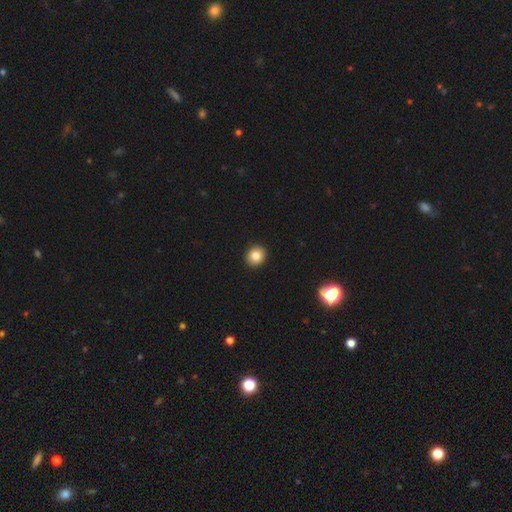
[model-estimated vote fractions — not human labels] Smooth or featured?
  - smooth: 83% *
  - star or artifact: 11%
  - featured or disk: 6%
How rounded?
  - round: 80% *
  - in between: 19%
  - cigar-shaped: 1%
Merging?
  - none: 93% *
  - minor disturbance: 5%
  - major disturbance: 1%
  - merger: 1%